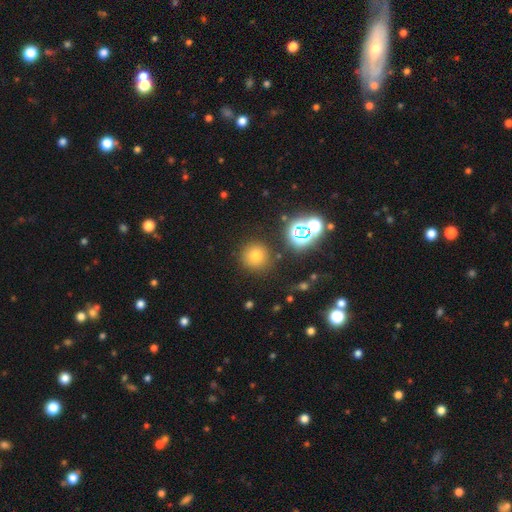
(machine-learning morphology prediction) A smooth galaxy with no disk features (71%) that is round (94%). Merging: none (86%).